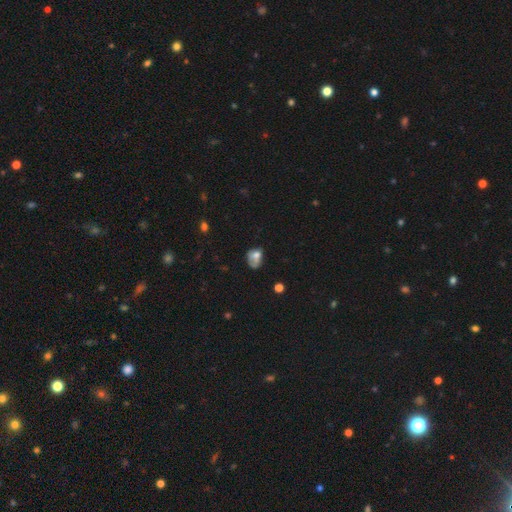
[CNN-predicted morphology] Overall: smooth (59%; featured or disk 29%). How rounded: in between (64%; round 34%). Merging: major disturbance (30%; none 29%).